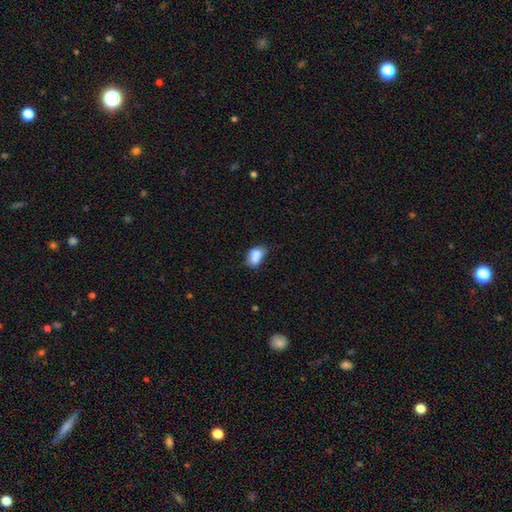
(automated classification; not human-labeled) Smooth or featured? Predicted: smooth (p=0.82). How rounded? Predicted: in between (p=0.83). Merging? Predicted: none (p=0.45).